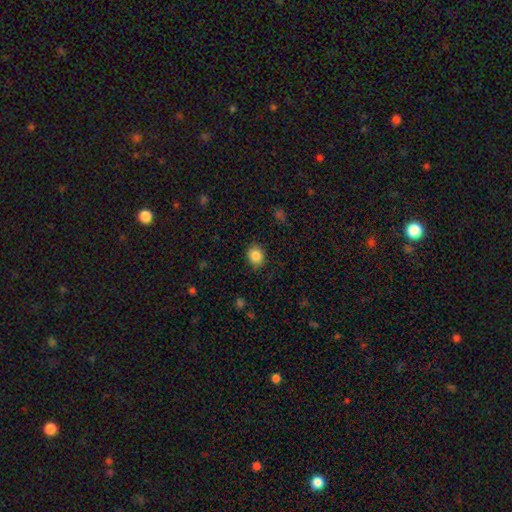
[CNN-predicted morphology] Q: Smooth or featured?
A: smooth (86%); runner-up: star or artifact (9%)
Q: How rounded?
A: round (55%); runner-up: in between (44%)
Q: Merging?
A: none (86%); runner-up: minor disturbance (11%)